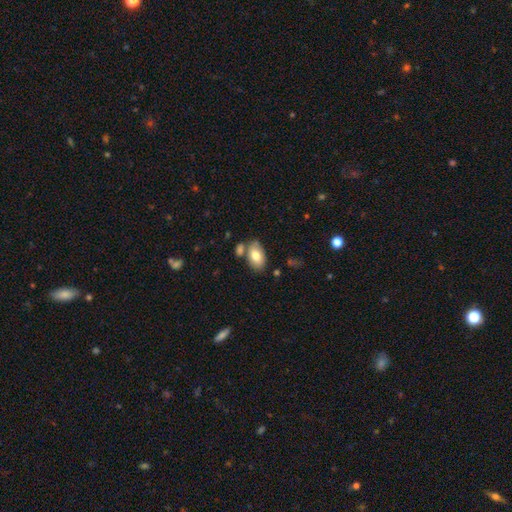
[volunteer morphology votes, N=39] smooth_or_featured: smooth (p=0.85) [alt: featured or disk p=0.08]
how_rounded: in between (p=1.00)
merging: none (p=0.64) [alt: merger p=0.19]